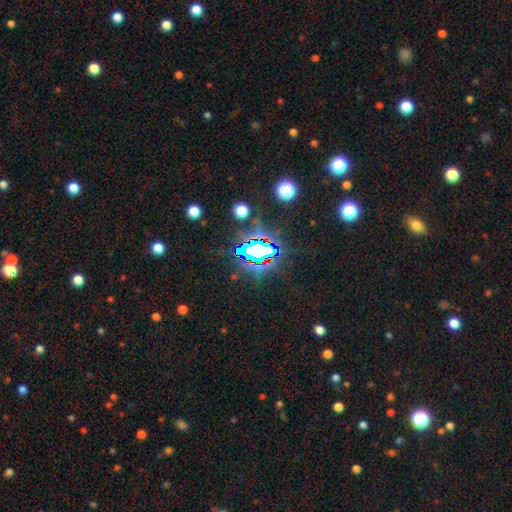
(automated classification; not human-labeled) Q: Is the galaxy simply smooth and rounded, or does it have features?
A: star or artifact — 77%.